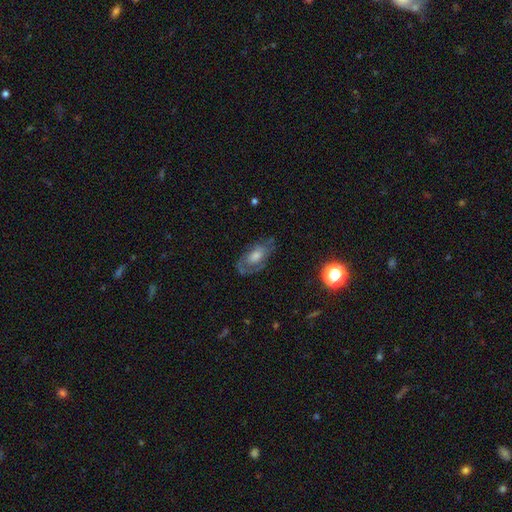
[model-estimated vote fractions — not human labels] Morphology: type=featured or disk (68%); edge-on=no (93%); bar=no (70%); spiral arms=yes (78%); bulge=moderate (48%); merging=none (70%).